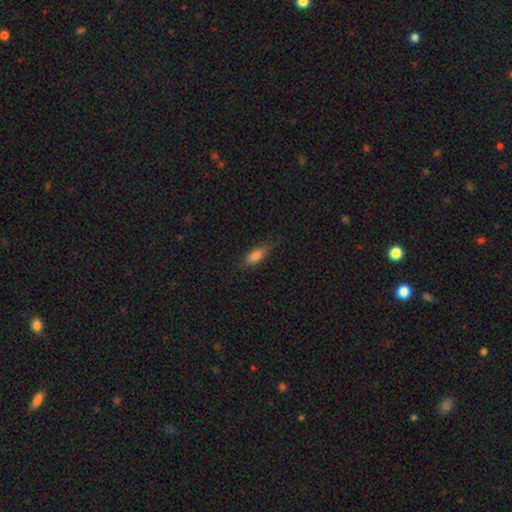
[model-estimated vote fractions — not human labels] Morphology: type=smooth (77%); roundness=in between (65%); merging=none (74%).